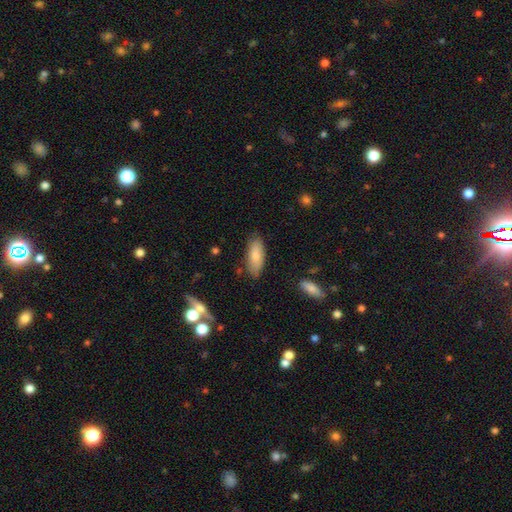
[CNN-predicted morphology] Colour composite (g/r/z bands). It shows a smooth galaxy with no disk features (79%) that is in between round and cigar-shaped (78%). Merging: none (81%).